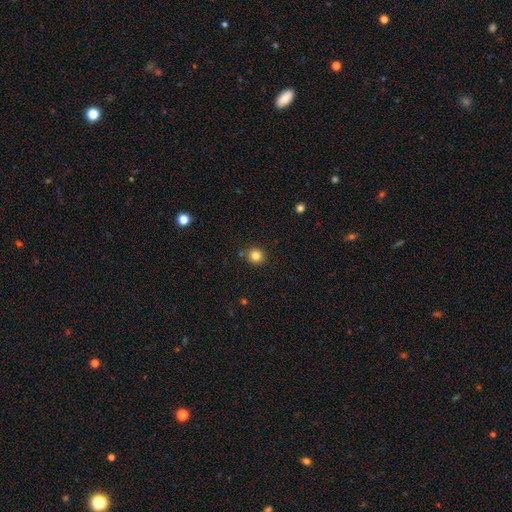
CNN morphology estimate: smooth_or_featured: smooth (p=0.82) [alt: star or artifact p=0.12]
how_rounded: round (p=0.92) [alt: in between p=0.07]
merging: none (p=0.87) [alt: minor disturbance p=0.07]